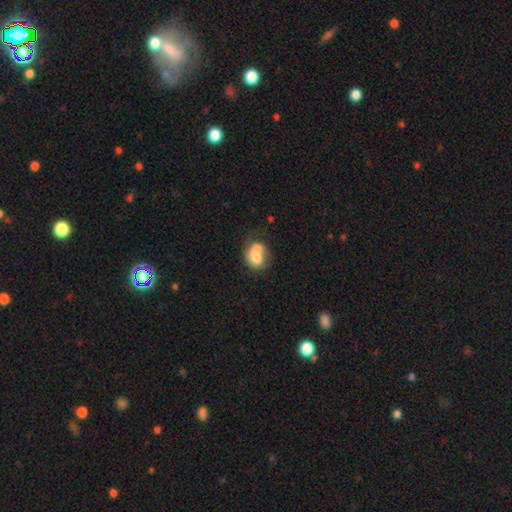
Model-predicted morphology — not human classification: A smooth galaxy with no disk features (69%) that is in between round and cigar-shaped (56%).

Vote fractions:
- Smooth or featured? smooth: 69% / featured or disk: 23% / star or artifact: 8%
- How rounded? in between: 56% / round: 43% / cigar-shaped: 1%
- Merging? none: 33% / merger: 26% / minor disturbance: 25% / major disturbance: 16%